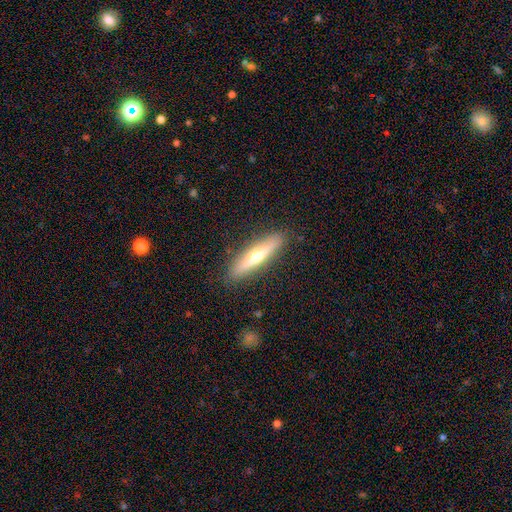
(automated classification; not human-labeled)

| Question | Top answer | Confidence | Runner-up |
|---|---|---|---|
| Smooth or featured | featured or disk | 55% | smooth (39%) |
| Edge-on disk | yes | 92% | no (8%) |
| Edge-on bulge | rounded | 87% | none (10%) |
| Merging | none | 90% | minor disturbance (7%) |